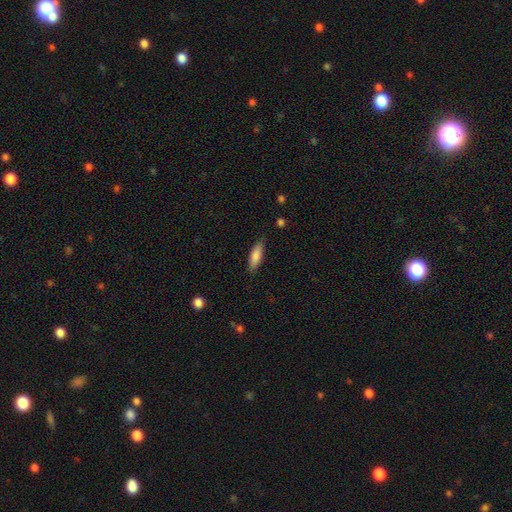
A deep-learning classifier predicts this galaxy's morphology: Overall: smooth (82%). How rounded: in between (51%; cigar-shaped 47%). Merging: none (84%).